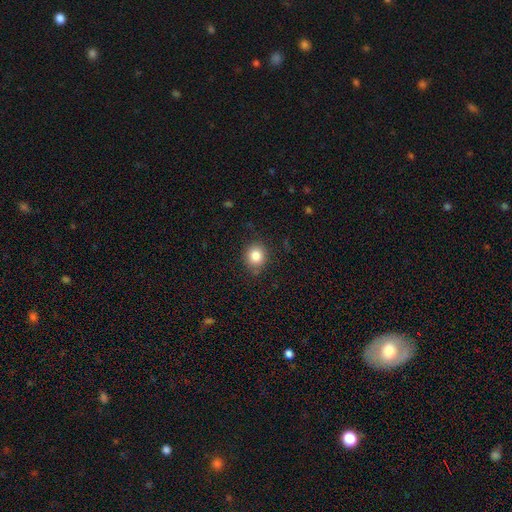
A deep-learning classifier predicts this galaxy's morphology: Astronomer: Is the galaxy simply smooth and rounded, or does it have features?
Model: smooth — 84%.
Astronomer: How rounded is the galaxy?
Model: round — 80%.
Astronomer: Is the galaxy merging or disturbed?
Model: none — 85%.